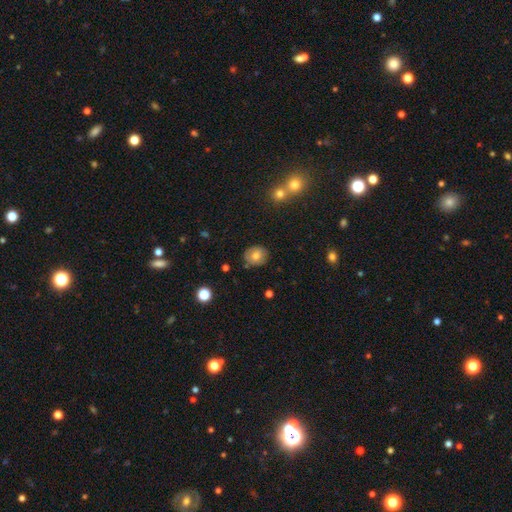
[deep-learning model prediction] A smooth galaxy with no disk features (75%) that is round (70%).

Vote fractions:
- Smooth or featured? smooth: 75% / featured or disk: 16% / star or artifact: 9%
- How rounded? round: 70% / in between: 29% / cigar-shaped: 1%
- Merging? none: 84% / minor disturbance: 11% / major disturbance: 2% / merger: 2%